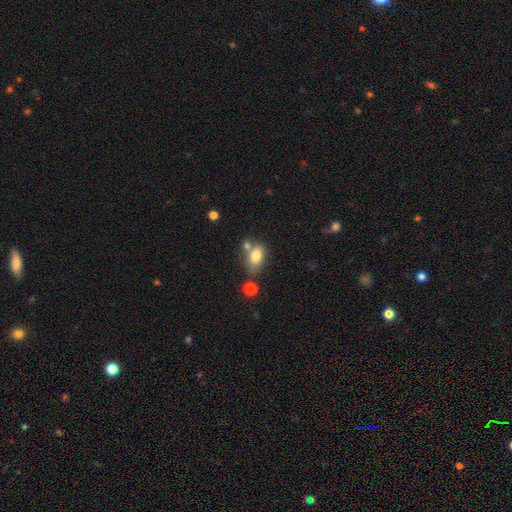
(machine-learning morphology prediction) Smooth or featured? smooth (78%)
How rounded? in between (84%)
Merging? none (58%)